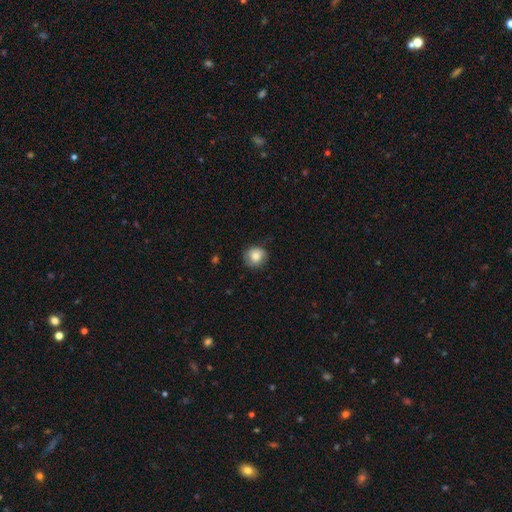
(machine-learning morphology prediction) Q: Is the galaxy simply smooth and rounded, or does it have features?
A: smooth — 80%.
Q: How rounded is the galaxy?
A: round — 87%.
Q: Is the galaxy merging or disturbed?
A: none — 77%.